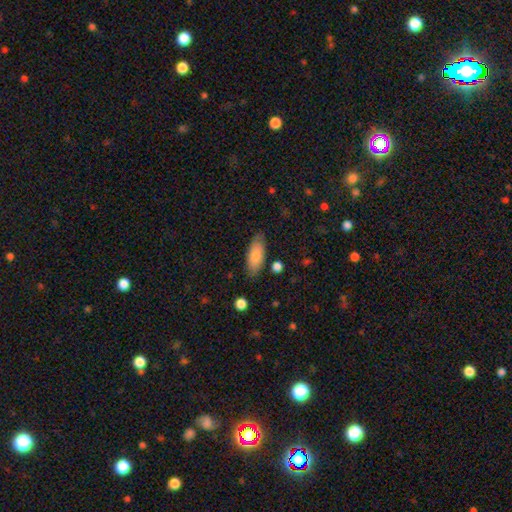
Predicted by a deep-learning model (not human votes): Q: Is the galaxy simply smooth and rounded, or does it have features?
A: smooth — 80%.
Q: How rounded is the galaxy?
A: in between — 83%.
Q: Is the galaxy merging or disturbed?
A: none — 81%.